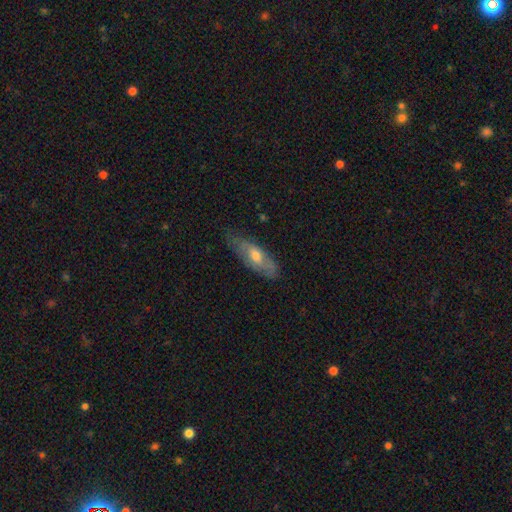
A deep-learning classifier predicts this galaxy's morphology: The model was most divided on "smooth or featured": featured or disk: 54%, smooth: 39%, star or artifact: 7%. More confident: merging — none (74%); edge-on disk — no (60%).